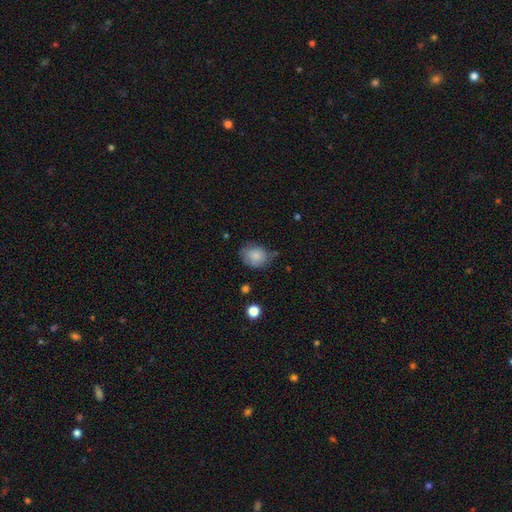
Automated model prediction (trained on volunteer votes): The model was most divided on "how rounded": round: 60%, in between: 40%, cigar-shaped: 1%. More confident: smooth or featured — smooth (80%); merging — none (55%).